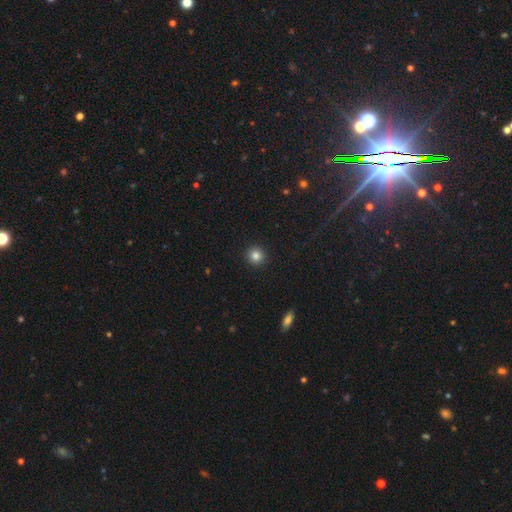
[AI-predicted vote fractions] This appears to be a smooth galaxy with no disk features (84%) that is round (94%). Merging: none (93%).